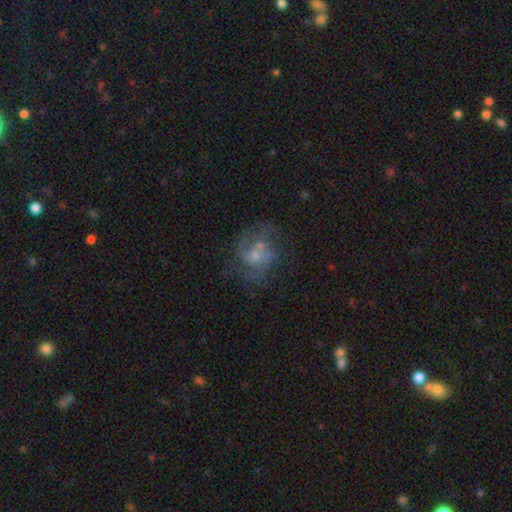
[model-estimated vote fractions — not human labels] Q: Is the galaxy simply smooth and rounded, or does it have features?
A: featured or disk — 65%.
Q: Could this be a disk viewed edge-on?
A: no — 98%.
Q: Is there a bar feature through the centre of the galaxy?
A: no — 58%.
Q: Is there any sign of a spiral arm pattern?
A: yes — 81%.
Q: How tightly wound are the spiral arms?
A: medium — 49%.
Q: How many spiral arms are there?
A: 2 — 51%.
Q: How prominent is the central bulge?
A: small — 51%.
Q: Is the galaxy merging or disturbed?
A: none — 60%.